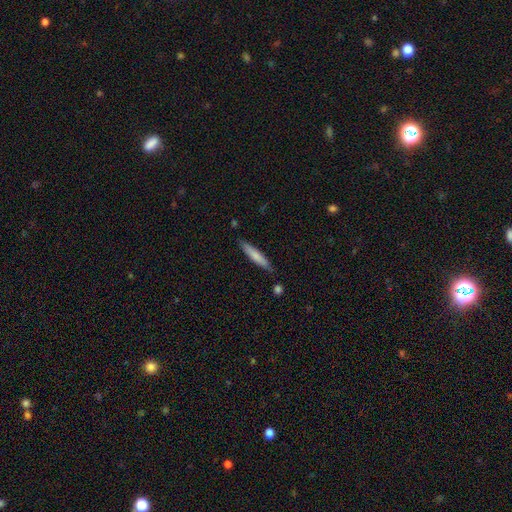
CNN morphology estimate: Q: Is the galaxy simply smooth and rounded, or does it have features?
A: smooth — 72%.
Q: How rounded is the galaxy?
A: cigar-shaped — 90%.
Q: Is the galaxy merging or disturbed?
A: none — 83%.